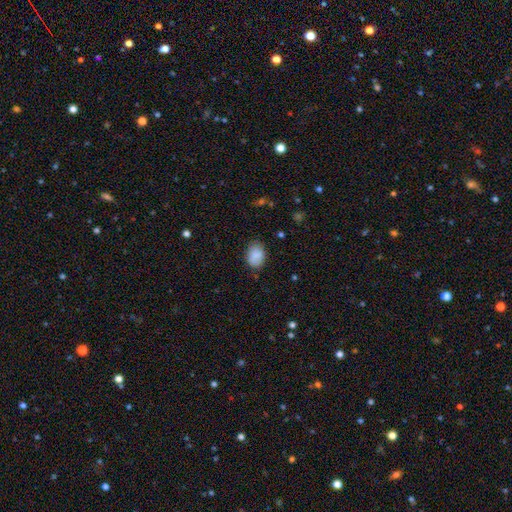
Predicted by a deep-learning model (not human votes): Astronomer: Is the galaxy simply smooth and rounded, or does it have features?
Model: smooth — 86%.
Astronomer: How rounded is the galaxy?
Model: in between — 81%.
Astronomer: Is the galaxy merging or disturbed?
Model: none — 75%.